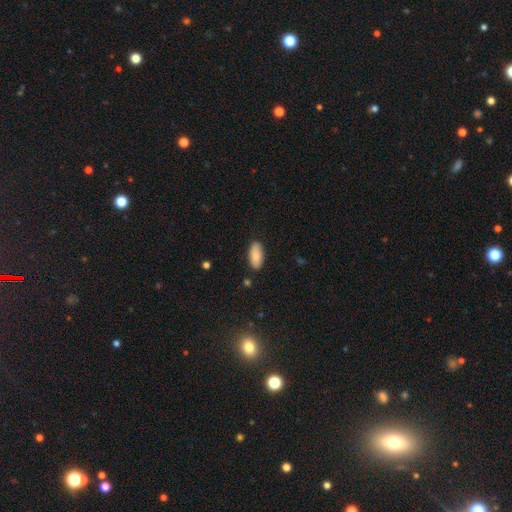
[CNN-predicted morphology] smooth-or-featured: smooth: 83% | featured or disk: 11% | star or artifact: 7%
  how-rounded: in between: 90% | cigar-shaped: 8% | round: 2%
  merging: none: 87% | minor disturbance: 10% | major disturbance: 2% | merger: 1%